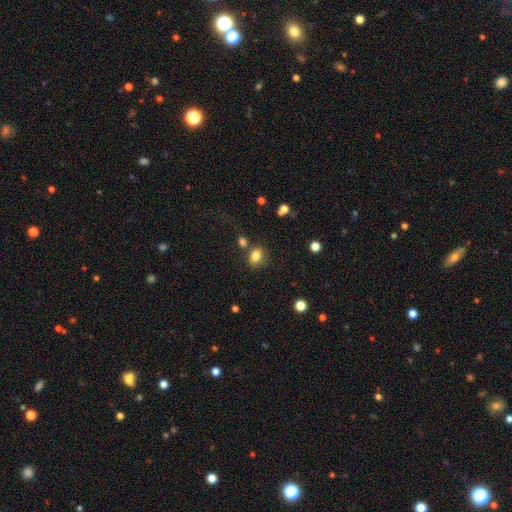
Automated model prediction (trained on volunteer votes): A smooth galaxy with no disk features (82%) that is in between round and cigar-shaped (54%). Merging: none (67%).